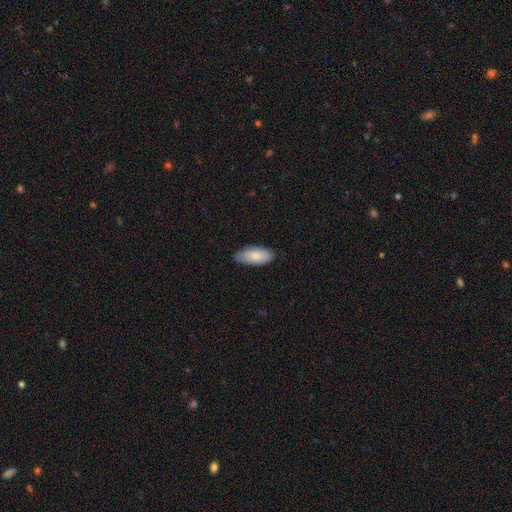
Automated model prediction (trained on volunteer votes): Overall: smooth (83%). How rounded: in between (87%). Merging: none (83%).